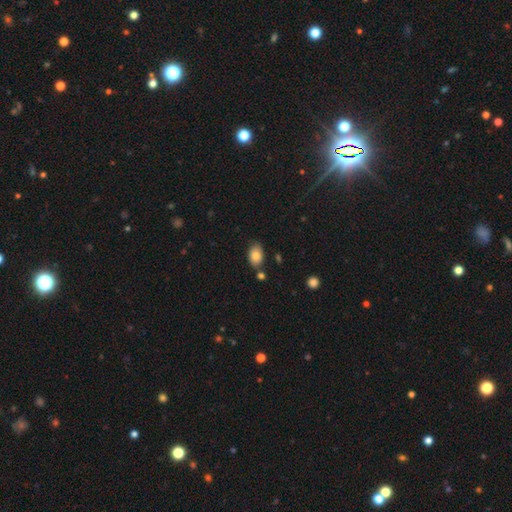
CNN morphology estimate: Smooth or featured? Predicted: smooth (p=0.83). How rounded? Predicted: in between (p=0.88). Merging? Predicted: none (p=0.75).